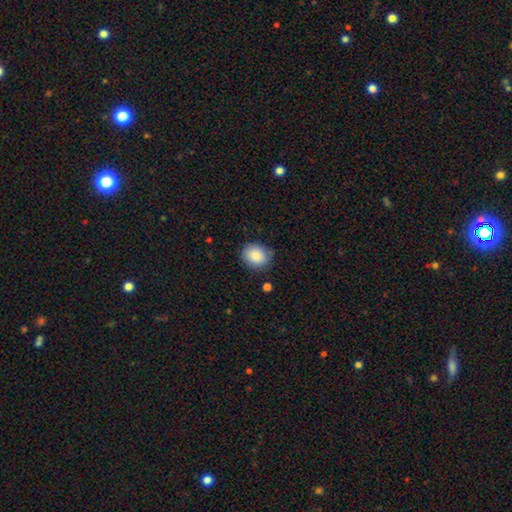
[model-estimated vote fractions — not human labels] Overall: smooth (88%). How rounded: round (61%; in between 38%). Merging: none (83%).